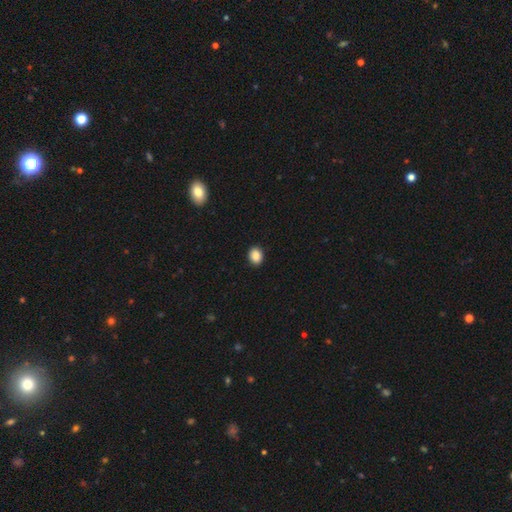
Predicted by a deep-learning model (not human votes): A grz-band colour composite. It shows a smooth galaxy with no disk features (88%) that is round (50%). Merging: none (91%).